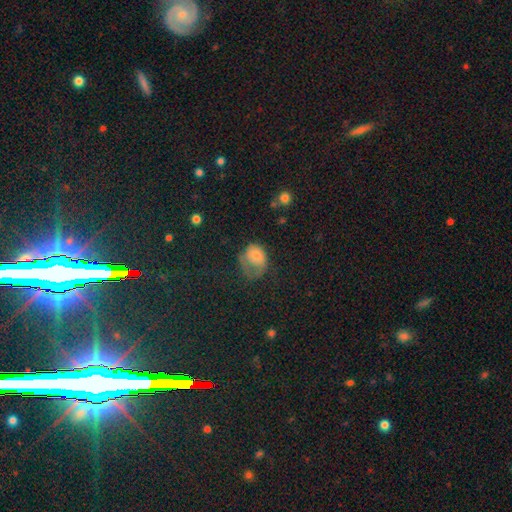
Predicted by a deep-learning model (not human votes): Smooth or featured? smooth (66%)
How rounded? in between (54%)
Merging? major disturbance (40%)